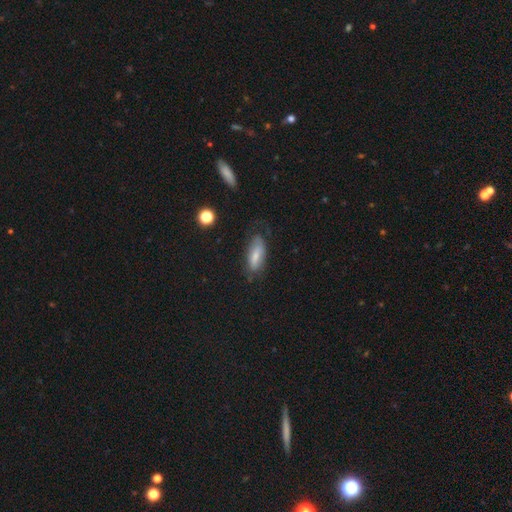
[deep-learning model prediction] A smooth galaxy with no disk features (66%) that is in between round and cigar-shaped (77%). Merging: none (57%).